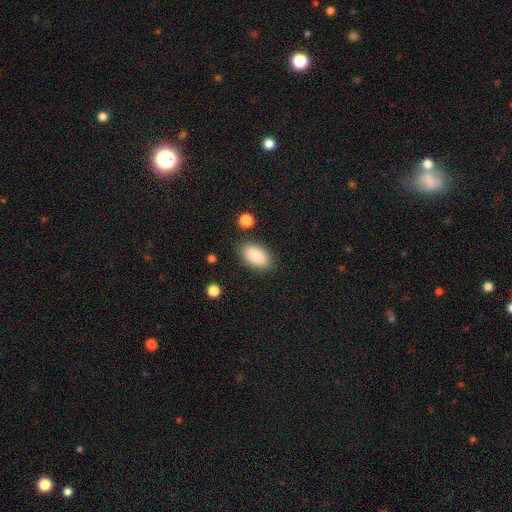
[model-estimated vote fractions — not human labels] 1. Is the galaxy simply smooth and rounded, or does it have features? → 87% smooth, 7% star or artifact, 7% featured or disk.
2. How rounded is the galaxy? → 94% in between, 3% round, 3% cigar-shaped.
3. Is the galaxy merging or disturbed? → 85% none, 10% minor disturbance, 3% major disturbance, 2% merger.